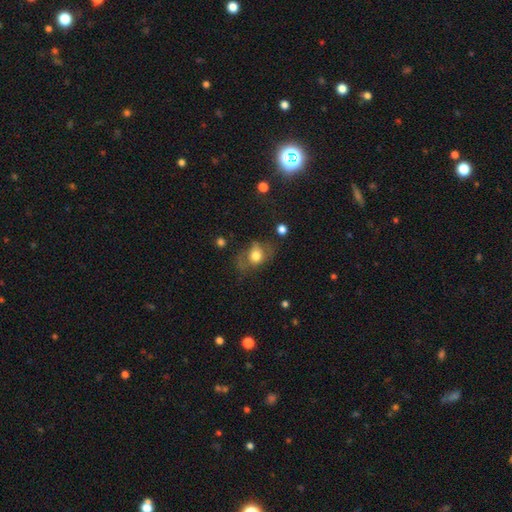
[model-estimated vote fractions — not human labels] Overall: smooth (65%). How rounded: in between (57%; round 41%). Merging: none (45%; major disturbance 26%).